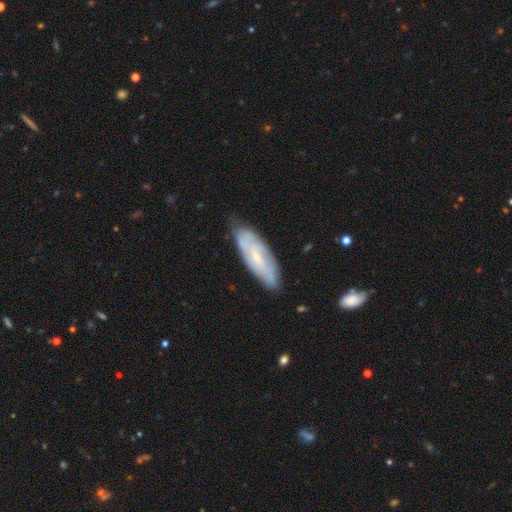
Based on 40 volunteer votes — A featured or disk galaxy (48%) with no bar (60%), medium (67%) spiral arms (60%) and a moderate central bulge (50%, tied with small). Merging: none (77%).